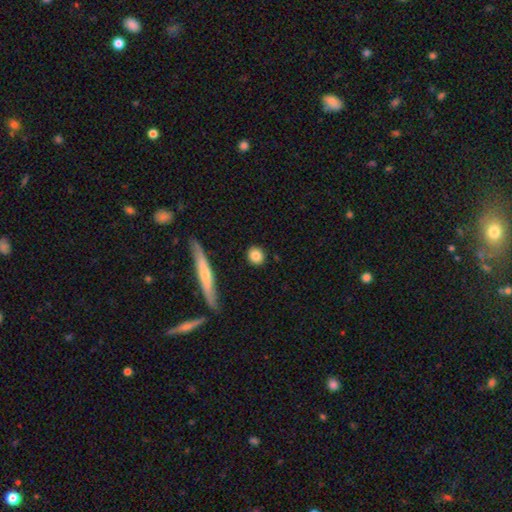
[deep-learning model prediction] Overall: smooth (84%). How rounded: round (84%). Merging: none (89%).